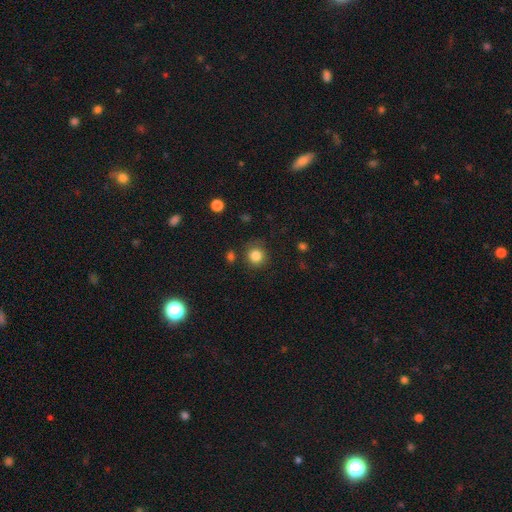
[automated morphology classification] A smooth galaxy with no disk features (84%) that is round (90%).

Vote fractions:
- Smooth or featured? smooth: 84% / star or artifact: 11% / featured or disk: 5%
- How rounded? round: 90% / in between: 9% / cigar-shaped: 1%
- Merging? none: 83% / minor disturbance: 11% / major disturbance: 4% / merger: 3%